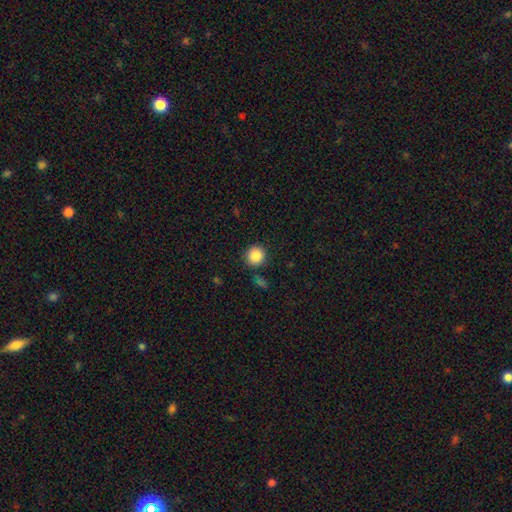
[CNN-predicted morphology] smooth-or-featured: smooth: 87% | star or artifact: 10% | featured or disk: 4%
  how-rounded: round: 92% | in between: 7% | cigar-shaped: 1%
  merging: none: 86% | minor disturbance: 8% | merger: 3% | major disturbance: 3%